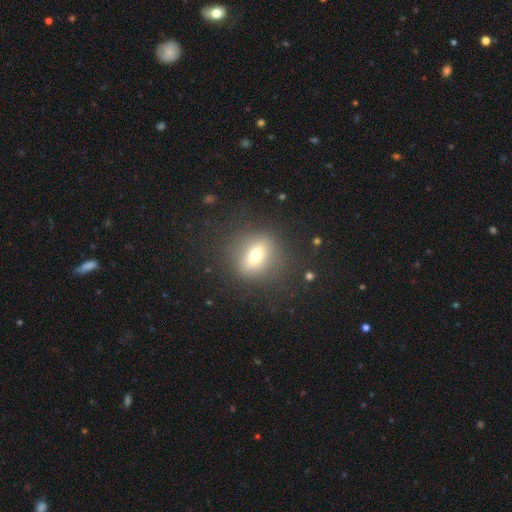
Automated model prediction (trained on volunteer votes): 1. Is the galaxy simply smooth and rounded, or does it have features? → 62% smooth, 25% featured or disk, 13% star or artifact.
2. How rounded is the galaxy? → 57% round, 39% in between, 4% cigar-shaped.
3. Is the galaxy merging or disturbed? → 80% none, 11% minor disturbance, 7% major disturbance, 2% merger.